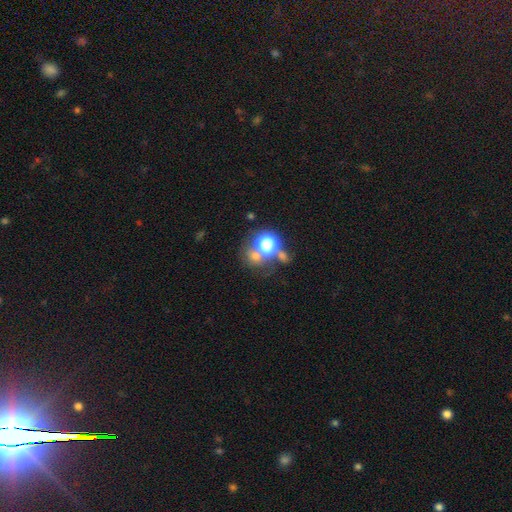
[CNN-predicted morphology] This appears to be a smooth galaxy with no disk features (58%) that is round (78%). Merging: none (51%).